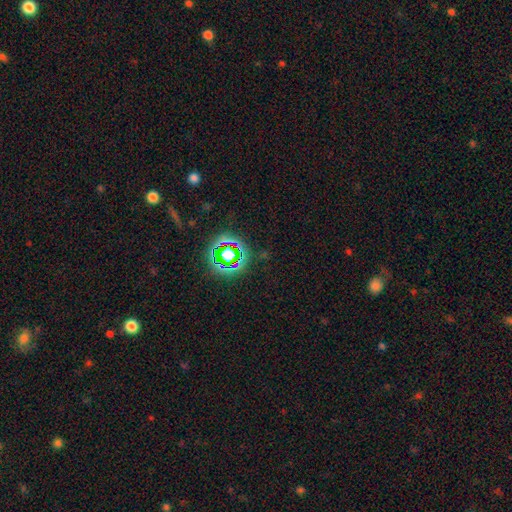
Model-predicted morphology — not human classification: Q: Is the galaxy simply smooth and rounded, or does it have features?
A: star or artifact — 75%.